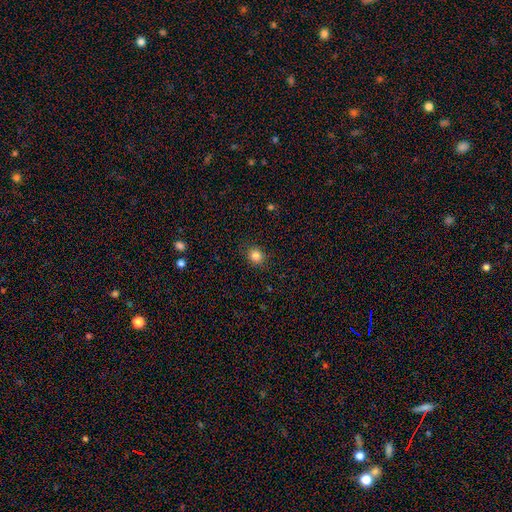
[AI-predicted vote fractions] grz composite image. It shows a smooth galaxy with no disk features (83%) that is round (79%). Merging: none (88%).